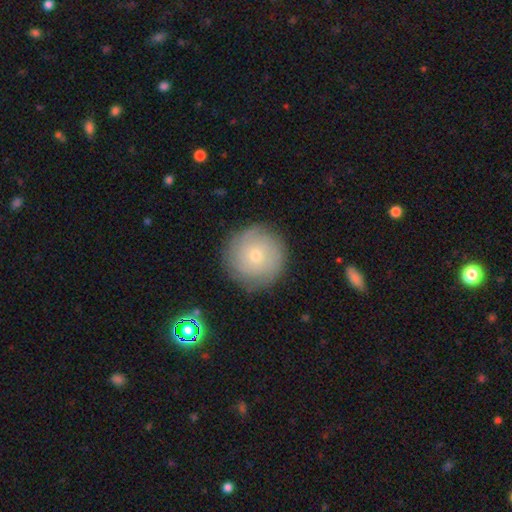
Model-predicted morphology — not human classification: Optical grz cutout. It shows a smooth galaxy with no disk features (46%). Merging: none (85%).